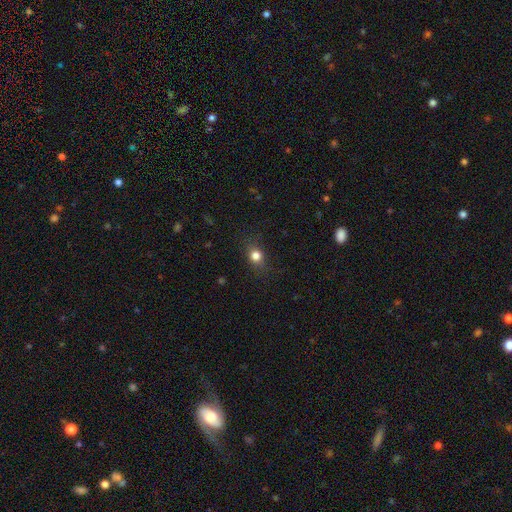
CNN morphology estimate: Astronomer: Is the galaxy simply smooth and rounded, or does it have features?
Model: smooth — 80%.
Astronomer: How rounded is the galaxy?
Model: round — 65%.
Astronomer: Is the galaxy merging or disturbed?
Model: none — 82%.